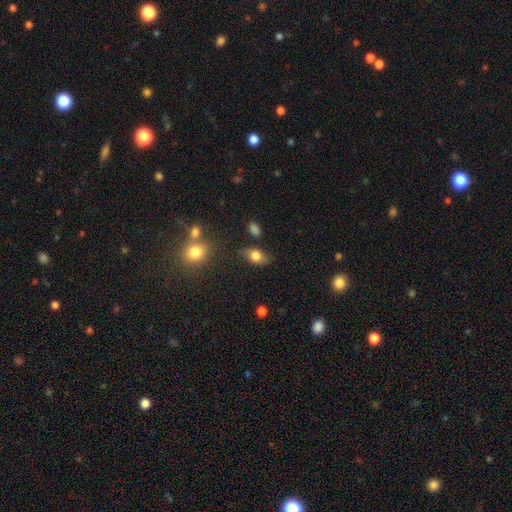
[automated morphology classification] Smooth or featured?
  - smooth: 75% *
  - featured or disk: 16%
  - star or artifact: 10%
How rounded?
  - in between: 80% *
  - round: 17%
  - cigar-shaped: 3%
Merging?
  - none: 72% *
  - minor disturbance: 19%
  - major disturbance: 6%
  - merger: 4%